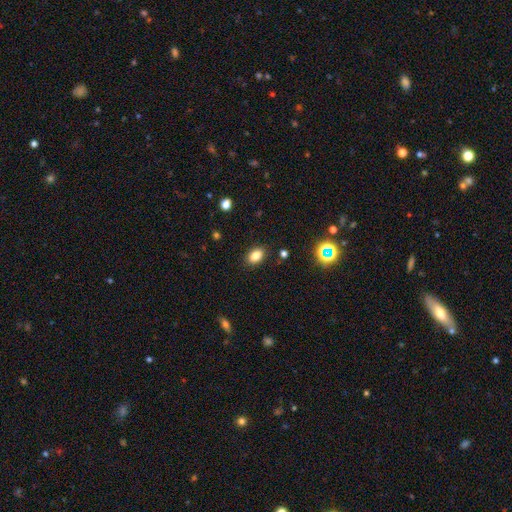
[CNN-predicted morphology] smooth_or_featured: smooth (p=0.83) [alt: star or artifact p=0.11]
how_rounded: in between (p=0.81) [alt: round p=0.17]
merging: none (p=0.87) [alt: minor disturbance p=0.09]